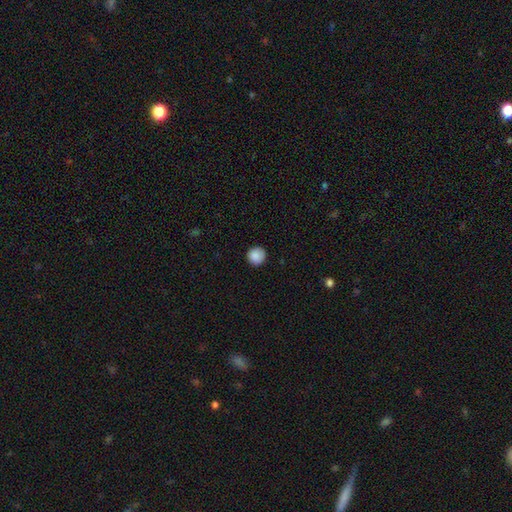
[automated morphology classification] A smooth galaxy with no disk features (88%) that is round (95%). Merging: none (90%).